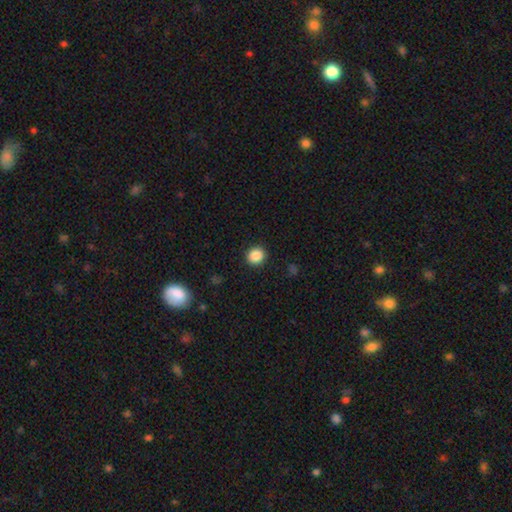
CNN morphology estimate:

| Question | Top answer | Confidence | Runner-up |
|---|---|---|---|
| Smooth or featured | smooth | 87% | star or artifact (10%) |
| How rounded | round | 84% | in between (15%) |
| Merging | none | 91% | minor disturbance (6%) |